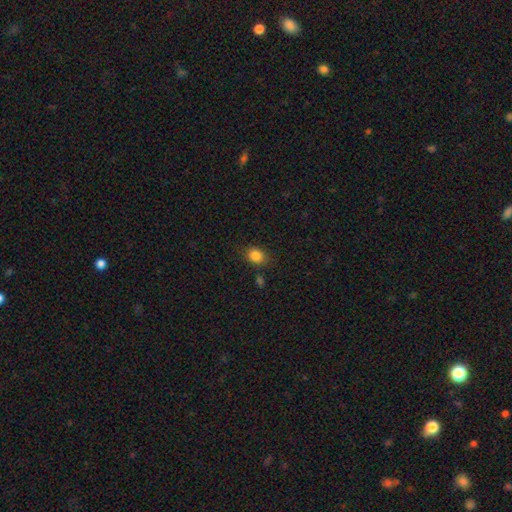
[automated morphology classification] smooth_or_featured: smooth (p=0.84) [alt: star or artifact p=0.10]
how_rounded: in between (p=0.53) [alt: round p=0.45]
merging: none (p=0.80) [alt: minor disturbance p=0.13]